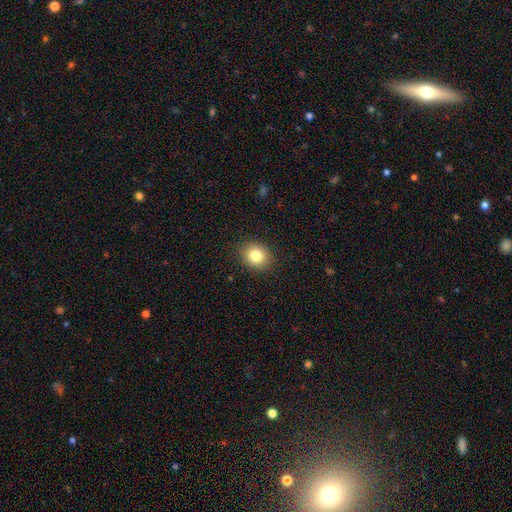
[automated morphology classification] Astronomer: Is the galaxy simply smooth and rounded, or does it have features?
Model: smooth — 82%.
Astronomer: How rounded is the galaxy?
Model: round — 70%.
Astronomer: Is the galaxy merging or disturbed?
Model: none — 89%.